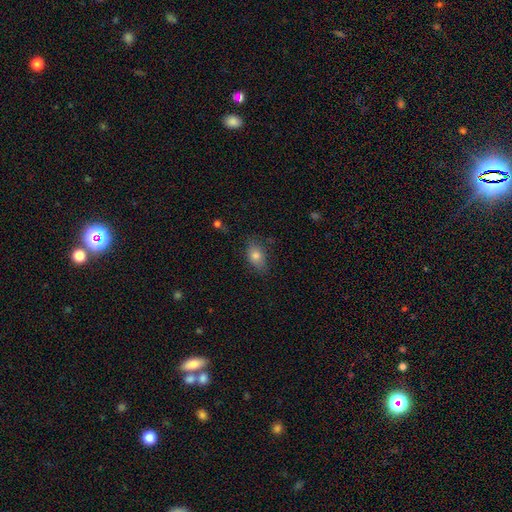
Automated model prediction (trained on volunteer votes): The model was most divided on "merging": none: 78%, minor disturbance: 17%, major disturbance: 4%, merger: 1%. More confident: how rounded — in between (81%); smooth or featured — smooth (78%).